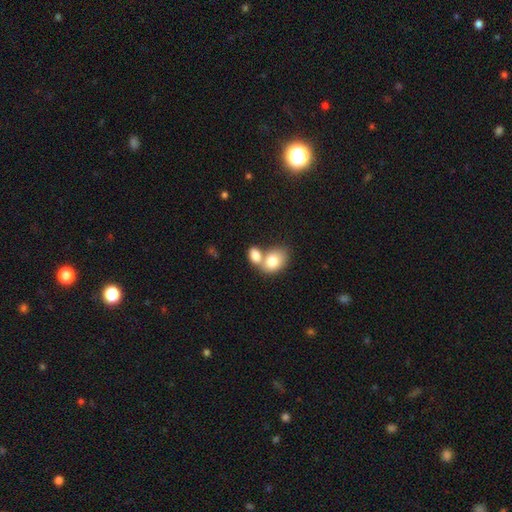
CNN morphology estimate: The model was most divided on "merging": merger: 64%, none: 25%, minor disturbance: 7%, major disturbance: 3%. More confident: smooth or featured — smooth (78%); how rounded — in between (75%).